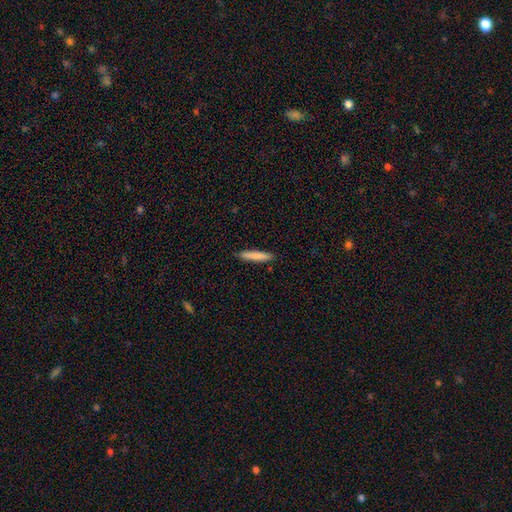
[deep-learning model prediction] smooth-or-featured: smooth: 84% | featured or disk: 10% | star or artifact: 6%
  how-rounded: cigar-shaped: 90% | in between: 8% | round: 1%
  merging: none: 90% | minor disturbance: 8% | major disturbance: 2% | merger: 1%